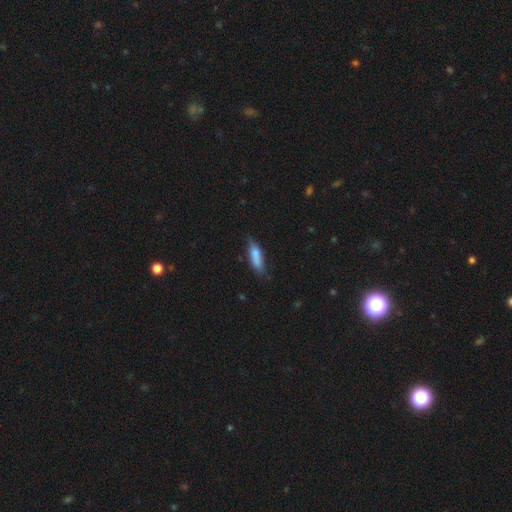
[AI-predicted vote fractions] Smooth or featured? Predicted: smooth (p=0.75). How rounded? Predicted: cigar-shaped (p=0.51). Merging? Predicted: none (p=0.58).